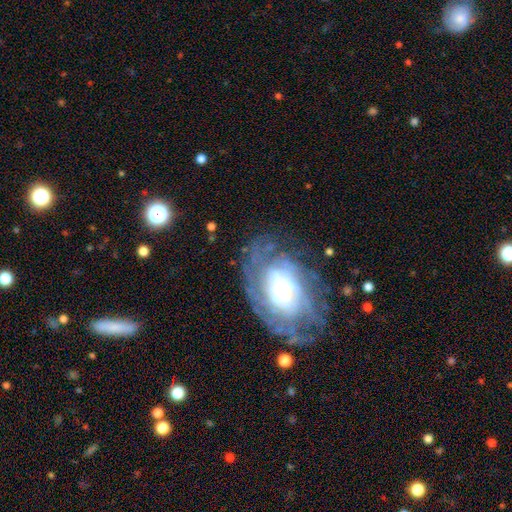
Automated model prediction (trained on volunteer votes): Smooth or featured?
  - featured or disk: 74% *
  - smooth: 17%
  - star or artifact: 9%
Edge-on disk?
  - no: 95% *
  - yes: 5%
Bar?
  - no: 67% *
  - weak: 24%
  - strong: 9%
Spiral arms?
  - yes: 81% *
  - no: 19%
Spiral winding?
  - tight: 66% *
  - medium: 25%
  - loose: 9%
Spiral arm count?
  - can't tell: 57% *
  - 2: 15%
  - 3: 10%
  - 4: 7%
  - more than 4: 6%
  - 1: 5%
Bulge size?
  - moderate: 35% *
  - large: 29%
  - small: 28%
  - dominant: 4%
  - none: 4%
Merging?
  - none: 69% *
  - minor disturbance: 18%
  - major disturbance: 11%
  - merger: 2%